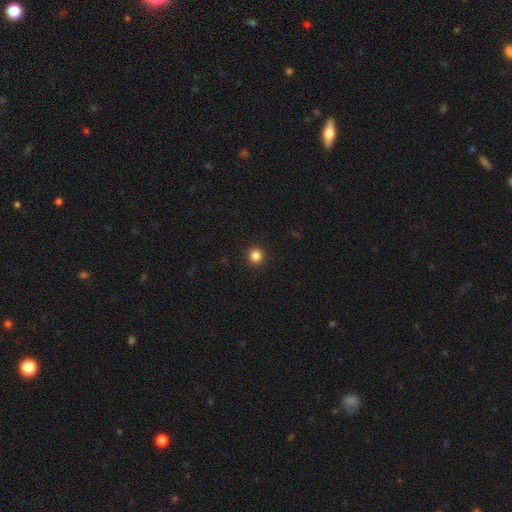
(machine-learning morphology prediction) smooth-or-featured: smooth: 85% | star or artifact: 12% | featured or disk: 4%
  how-rounded: round: 95% | in between: 4% | cigar-shaped: 1%
  merging: none: 93% | minor disturbance: 4% | major disturbance: 2% | merger: 1%